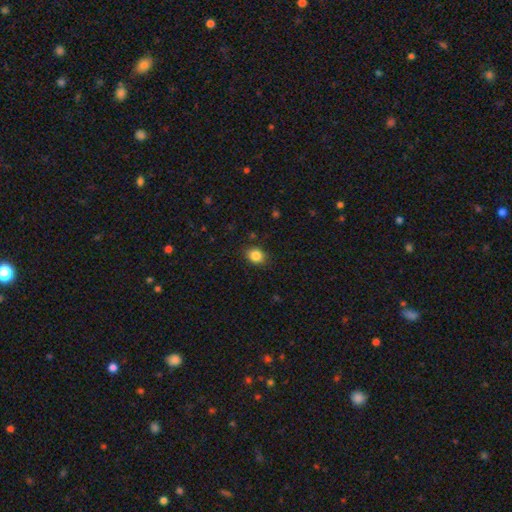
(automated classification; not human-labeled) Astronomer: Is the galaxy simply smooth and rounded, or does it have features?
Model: smooth — 85%.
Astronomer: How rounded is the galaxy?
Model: round — 56% (runner-up: in between, 44%).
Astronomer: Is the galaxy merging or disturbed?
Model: none — 87%.